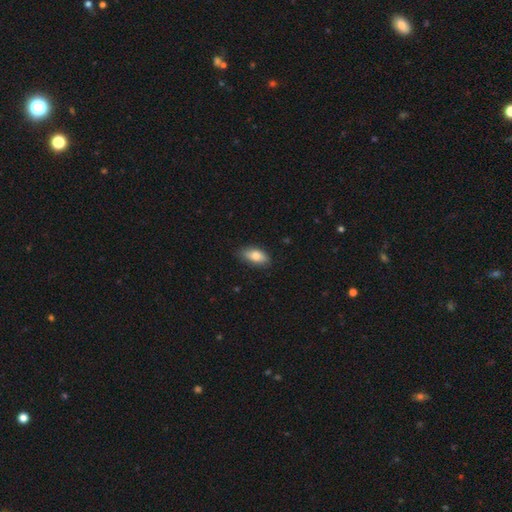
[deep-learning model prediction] Smooth or featured: smooth — 80% (featured or disk — 13%)
How rounded: in between — 88% (cigar-shaped — 8%)
Merging: none — 80% (minor disturbance — 17%)